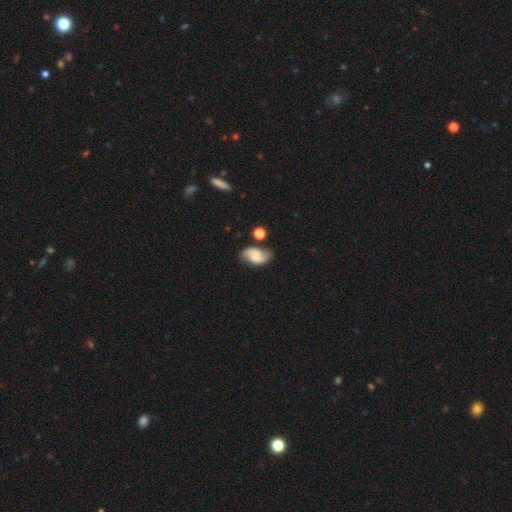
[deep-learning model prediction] Morphology: type=featured or disk (54%); edge-on=no (96%); bar=no (54%); spiral arms=yes (91%); bulge=small (35%); merging=none (68%).